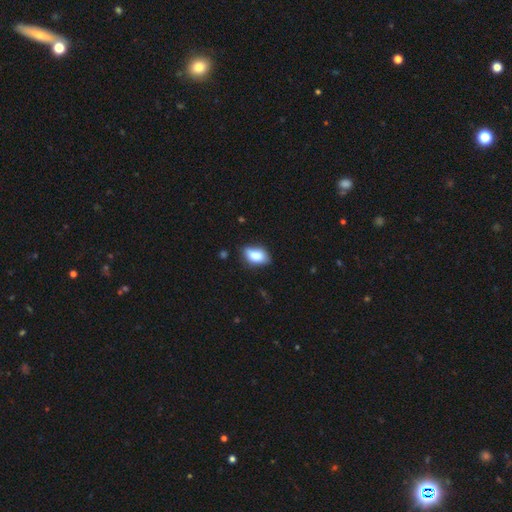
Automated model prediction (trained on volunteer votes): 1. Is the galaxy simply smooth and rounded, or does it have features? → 79% smooth, 14% featured or disk, 8% star or artifact.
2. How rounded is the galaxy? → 88% in between, 8% round, 3% cigar-shaped.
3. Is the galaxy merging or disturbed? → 66% none, 27% minor disturbance, 5% major disturbance, 2% merger.